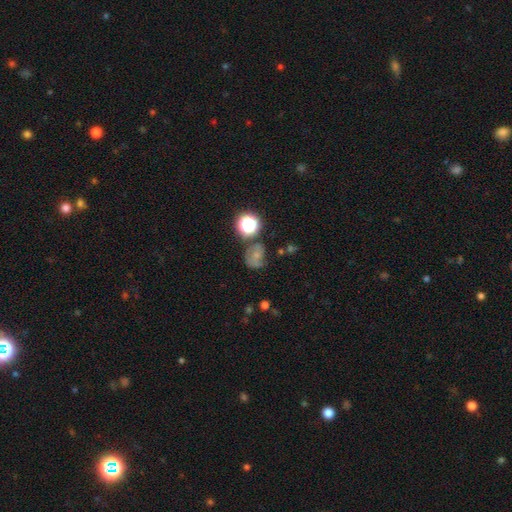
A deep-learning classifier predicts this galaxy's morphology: Overall: smooth (47%; featured or disk 30%). Merging: none (50%; minor disturbance 25%).